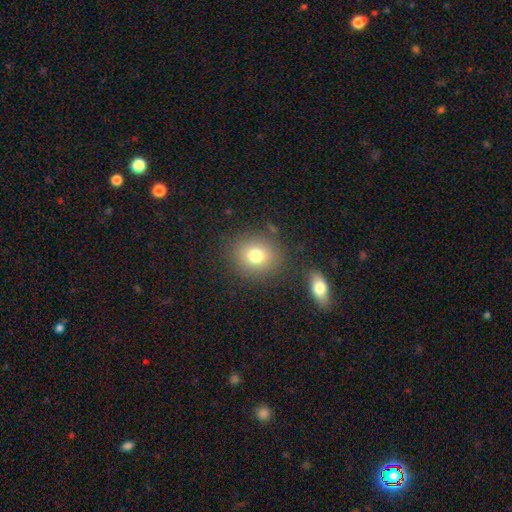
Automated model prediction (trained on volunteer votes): smooth_or_featured: smooth (p=0.76) [alt: star or artifact p=0.13]
how_rounded: round (p=0.81) [alt: in between p=0.18]
merging: none (p=0.83) [alt: minor disturbance p=0.09]